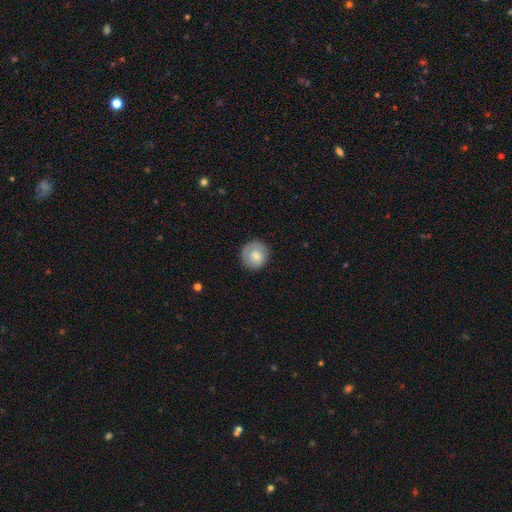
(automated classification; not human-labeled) Overall: smooth (71%). How rounded: round (93%). Merging: none (83%).